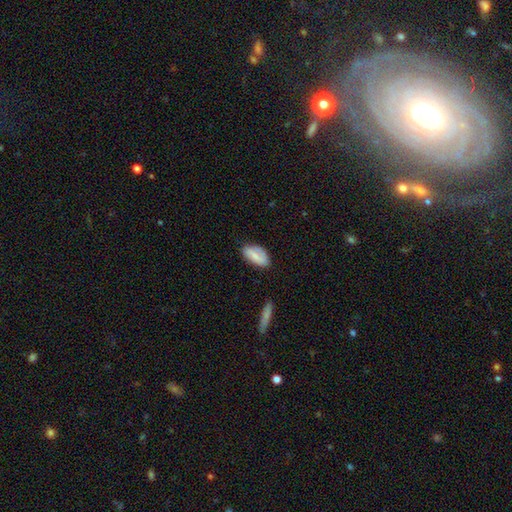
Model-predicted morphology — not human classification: Smooth or featured? Predicted: smooth (p=0.71). How rounded? Predicted: in between (p=0.92). Merging? Predicted: none (p=0.74).